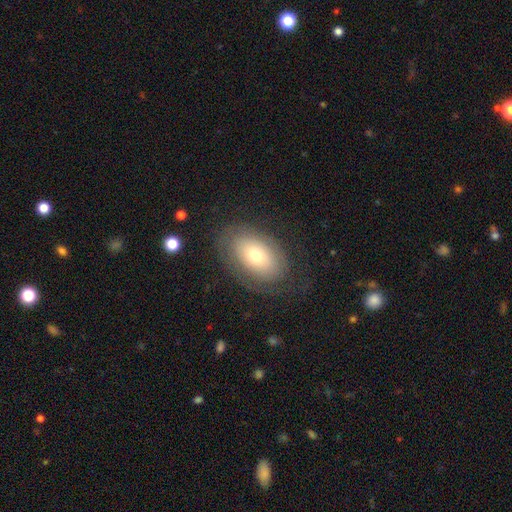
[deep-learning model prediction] A smooth galaxy with no disk features (56%) that is in between round and cigar-shaped (88%). Merging: none (73%).